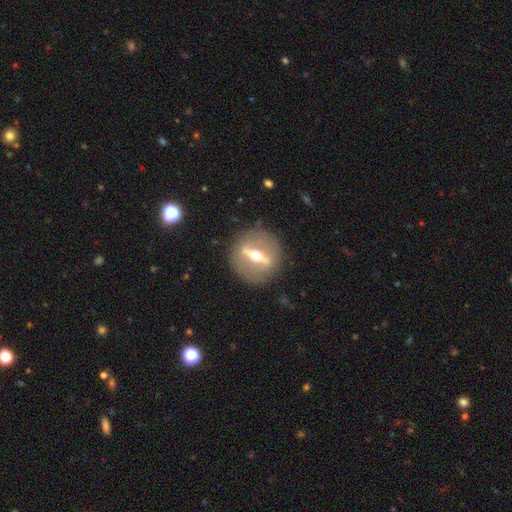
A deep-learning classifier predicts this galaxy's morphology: smooth_or_featured: featured or disk (p=0.81) [alt: smooth p=0.13]
disk_edge_on: yes (p=0.51) [alt: no p=0.49]
merging: none (p=0.88) [alt: minor disturbance p=0.07]